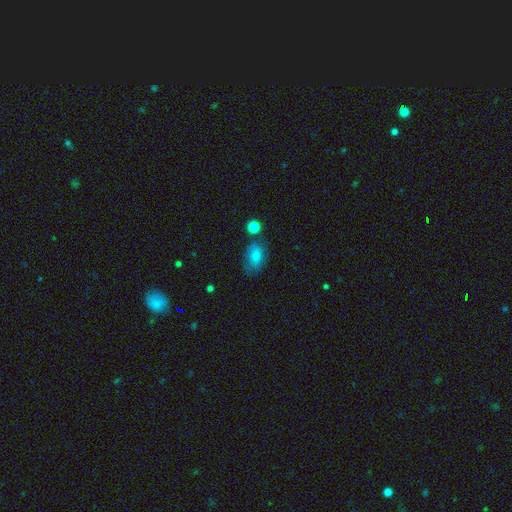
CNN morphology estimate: This is likely a smooth galaxy (79%). How rounded: clearly in between (85%). Merging: possibly none (55%).